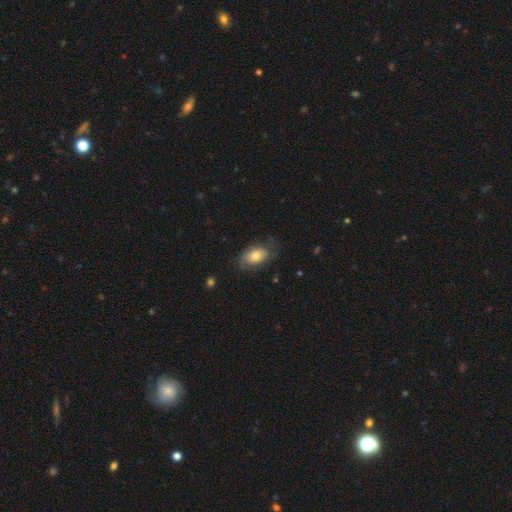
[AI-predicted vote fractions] This is likely a smooth galaxy (65%). How rounded: clearly in between (90%). Merging: likely none (62%).